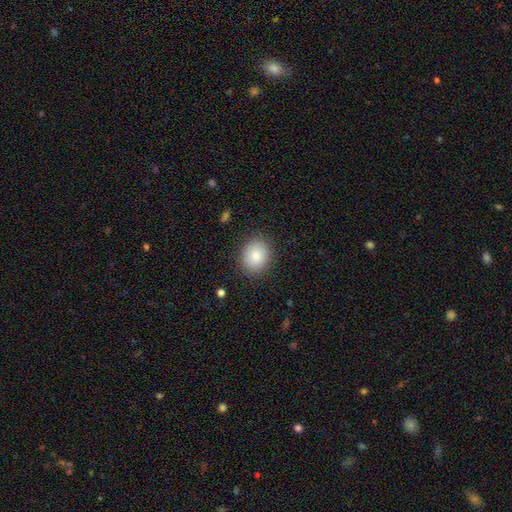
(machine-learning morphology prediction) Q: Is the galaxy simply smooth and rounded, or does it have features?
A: smooth — 85%.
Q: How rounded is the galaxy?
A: round — 64%.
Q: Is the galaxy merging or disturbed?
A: none — 86%.